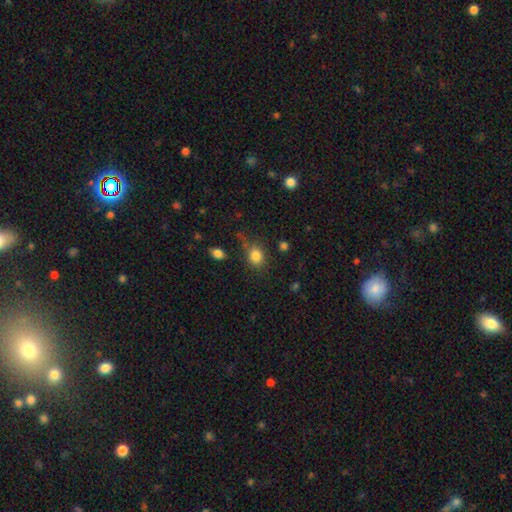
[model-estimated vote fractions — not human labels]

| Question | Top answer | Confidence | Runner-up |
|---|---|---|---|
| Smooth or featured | smooth | 83% | star or artifact (11%) |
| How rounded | round | 54% | in between (45%) |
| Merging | none | 74% | minor disturbance (16%) |